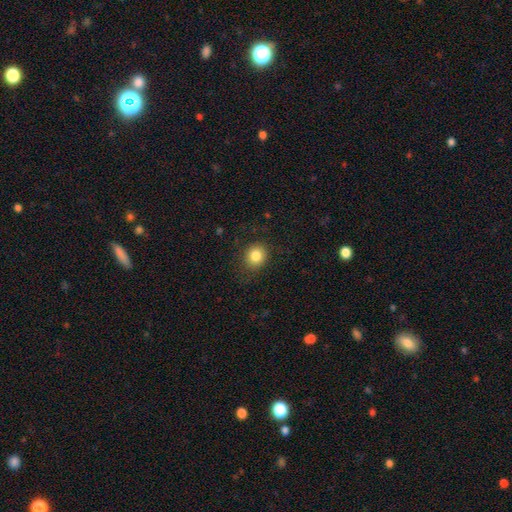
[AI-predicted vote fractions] Smooth or featured?
  - smooth: 84% *
  - star or artifact: 11%
  - featured or disk: 6%
How rounded?
  - round: 74% *
  - in between: 25%
  - cigar-shaped: 1%
Merging?
  - none: 85% *
  - minor disturbance: 11%
  - major disturbance: 4%
  - merger: 1%